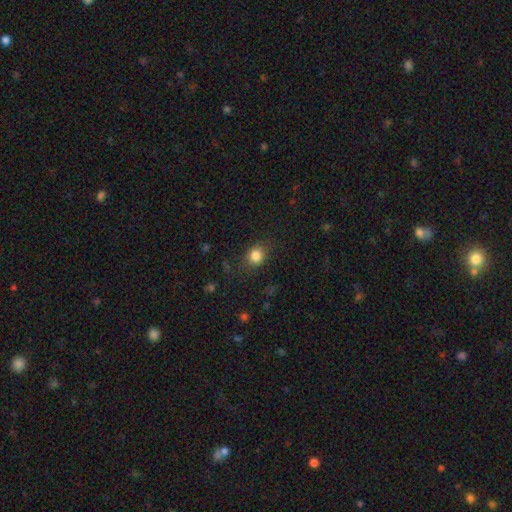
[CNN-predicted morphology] This appears to be a smooth galaxy with no disk features (83%) that is round (67%). Merging: none (78%).